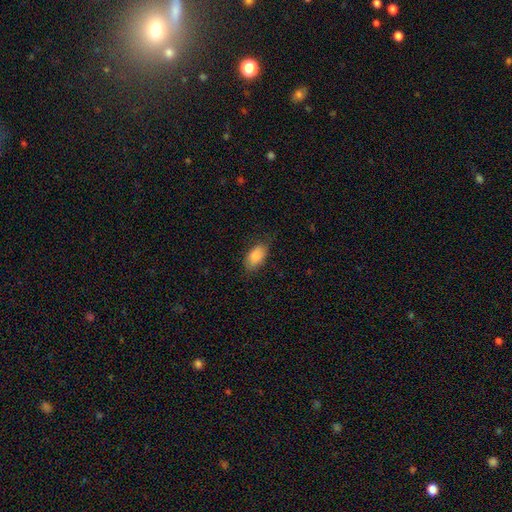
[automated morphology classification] type=smooth (88%); roundness=in between (92%); merging=none (75%).